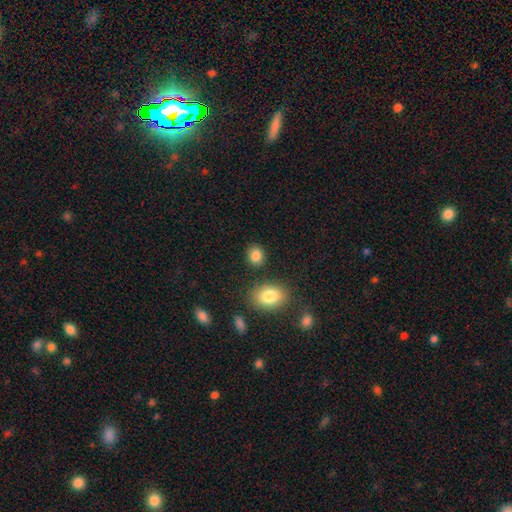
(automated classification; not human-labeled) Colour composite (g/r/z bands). It shows a smooth galaxy with no disk features (86%) that is round (67%). Merging: none (84%).